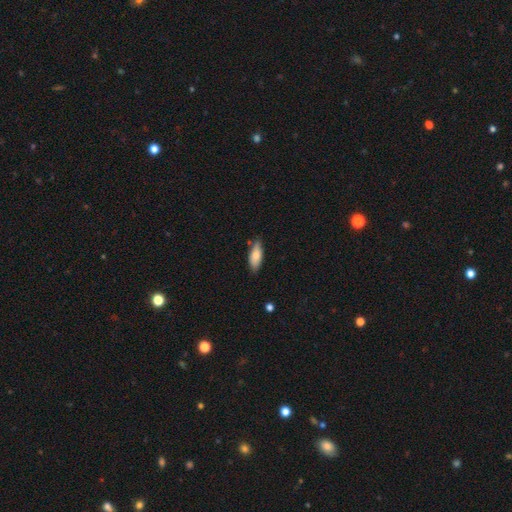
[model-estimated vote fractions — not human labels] Smooth or featured?
  - smooth: 78% *
  - featured or disk: 16%
  - star or artifact: 6%
How rounded?
  - in between: 74% *
  - cigar-shaped: 24%
  - round: 2%
Merging?
  - none: 75% *
  - minor disturbance: 20%
  - major disturbance: 3%
  - merger: 3%